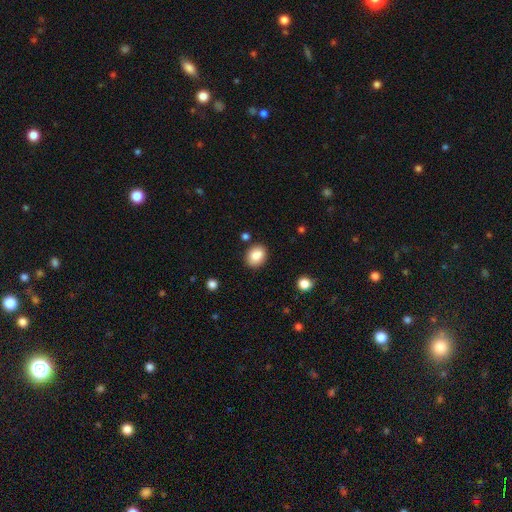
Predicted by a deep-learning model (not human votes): Overall: smooth (86%). How rounded: in between (58%; round 41%). Merging: none (84%).